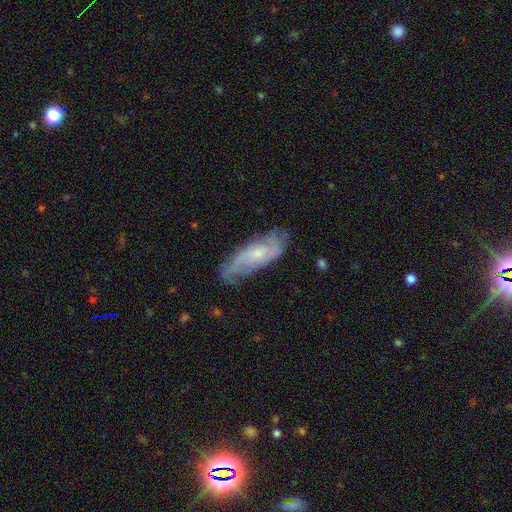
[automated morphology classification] This is likely a featured or disk galaxy (63%). It is likely not viewed edge-on (80%). Bar: likely no (63%). Spiral arm pattern: clearly yes (88%). Central bulge: possibly small (57%). Merging: likely none (73%).